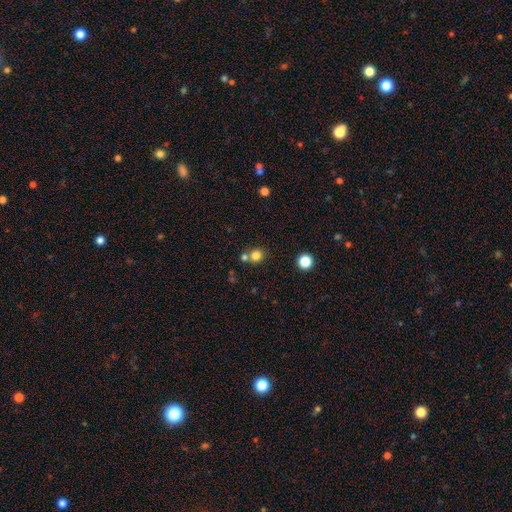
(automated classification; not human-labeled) smooth_or_featured: smooth (p=0.79) [alt: star or artifact p=0.14]
how_rounded: round (p=0.86) [alt: in between p=0.13]
merging: none (p=0.64) [alt: merger p=0.25]